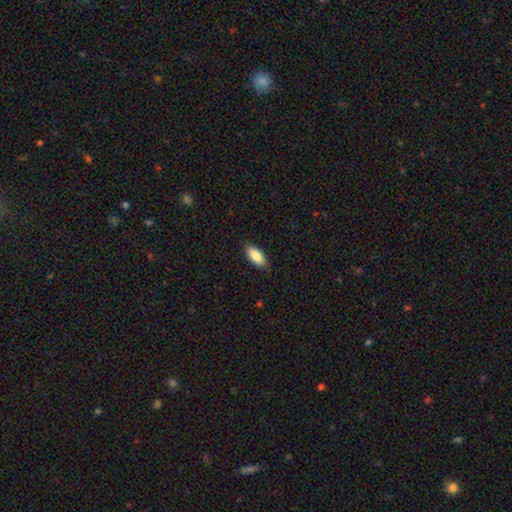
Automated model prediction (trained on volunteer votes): Q: Smooth or featured?
A: smooth (86%); runner-up: featured or disk (8%)
Q: How rounded?
A: in between (87%); runner-up: cigar-shaped (11%)
Q: Merging?
A: none (86%); runner-up: minor disturbance (11%)